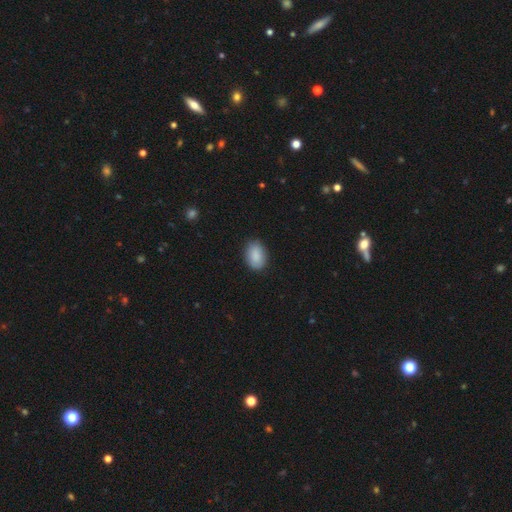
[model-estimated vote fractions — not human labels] Smooth or featured? Predicted: smooth (p=0.89). How rounded? Predicted: in between (p=0.84). Merging? Predicted: none (p=0.86).